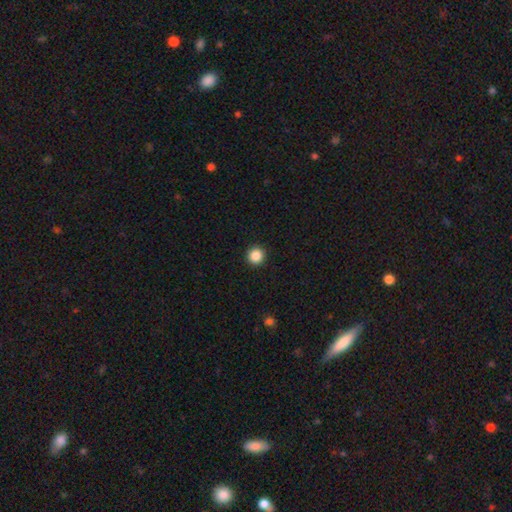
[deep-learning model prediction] Smooth or featured: smooth — 87% (star or artifact — 10%)
How rounded: round — 94% (in between — 5%)
Merging: none — 93% (minor disturbance — 4%)